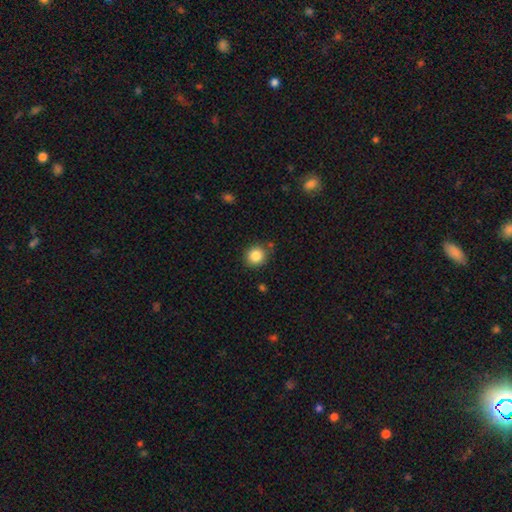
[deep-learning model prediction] This appears to be a smooth galaxy with no disk features (85%) that is round (86%). Merging: none (84%).